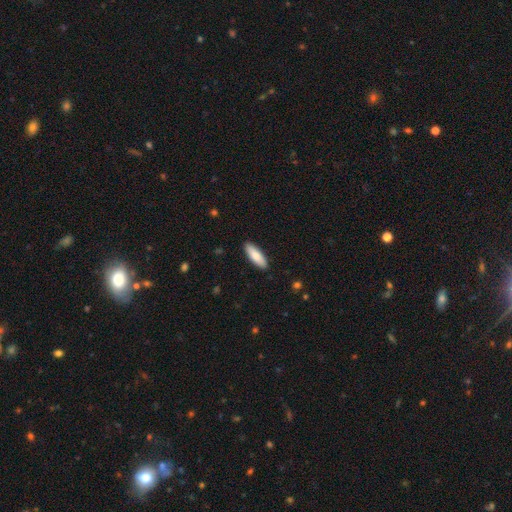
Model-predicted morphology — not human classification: This is clearly a smooth galaxy (84%). How rounded: possibly in between (56%). Merging: clearly none (90%).